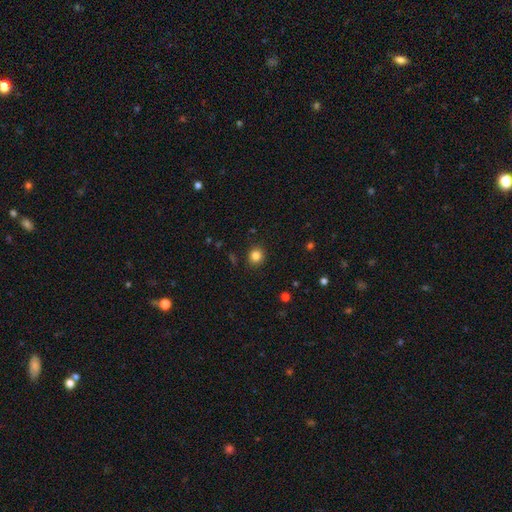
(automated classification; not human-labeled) Q: Smooth or featured?
A: smooth (83%); runner-up: star or artifact (12%)
Q: How rounded?
A: round (88%); runner-up: in between (11%)
Q: Merging?
A: none (89%); runner-up: minor disturbance (7%)